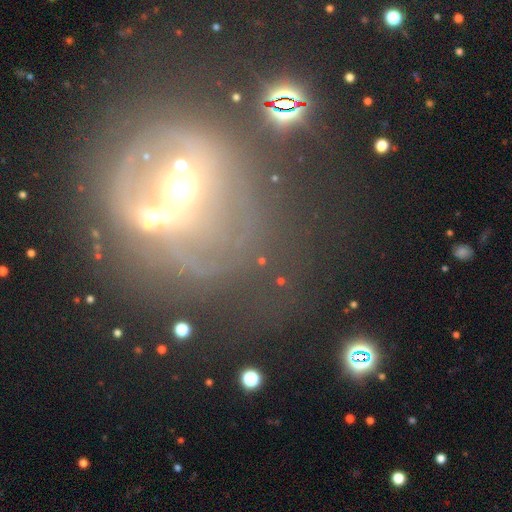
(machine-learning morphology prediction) Overall: featured or disk (45%; smooth 29%). Merging: none (35%; merger 31%).